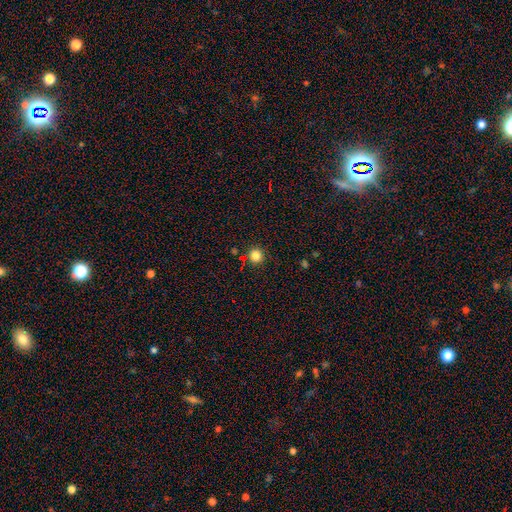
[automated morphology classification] Overall: smooth (82%). How rounded: round (94%). Merging: none (87%).